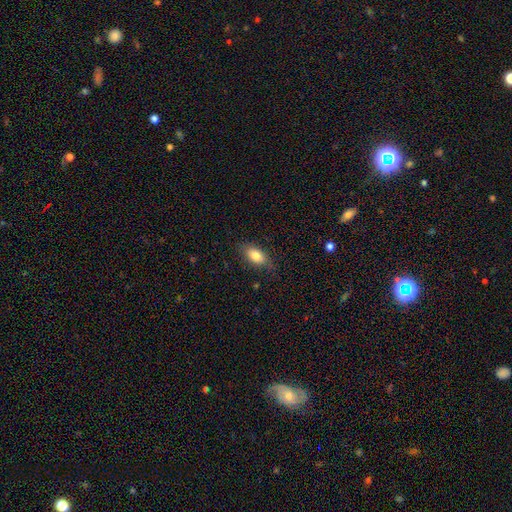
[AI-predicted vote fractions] smooth_or_featured: smooth (p=0.81) [alt: featured or disk p=0.11]
how_rounded: in between (p=0.89) [alt: round p=0.06]
merging: none (p=0.78) [alt: minor disturbance p=0.17]